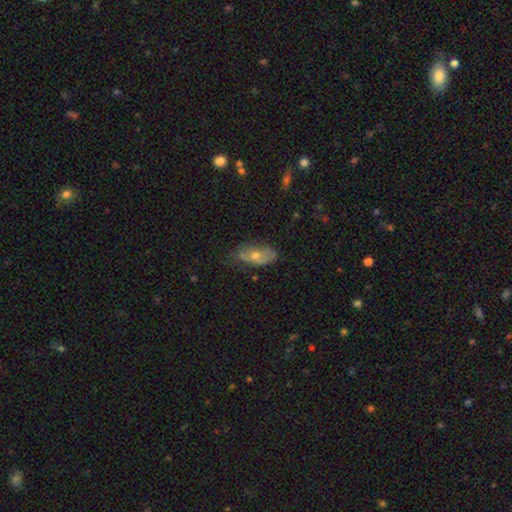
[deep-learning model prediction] smooth-or-featured: smooth: 51% | featured or disk: 39% | star or artifact: 10%
  how-rounded: in between: 83% | cigar-shaped: 13% | round: 5%
  merging: none: 55% | minor disturbance: 33% | major disturbance: 10% | merger: 2%